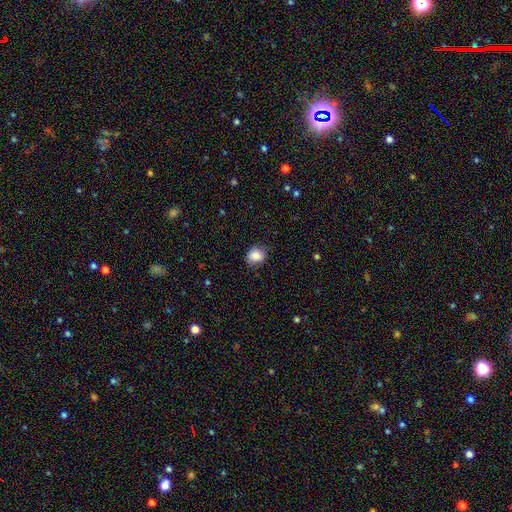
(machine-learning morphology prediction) smooth_or_featured: smooth (p=0.84) [alt: star or artifact p=0.09]
how_rounded: round (p=0.71) [alt: in between p=0.28]
merging: none (p=0.76) [alt: minor disturbance p=0.19]